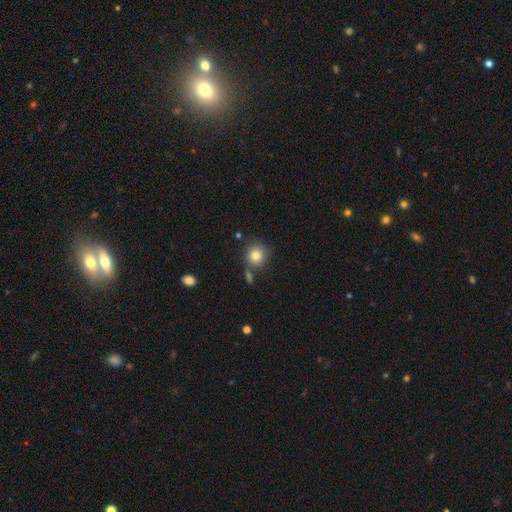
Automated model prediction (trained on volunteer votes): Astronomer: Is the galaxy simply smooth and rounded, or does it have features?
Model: smooth — 82%.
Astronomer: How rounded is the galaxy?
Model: round — 89%.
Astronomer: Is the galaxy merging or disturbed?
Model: none — 72%.